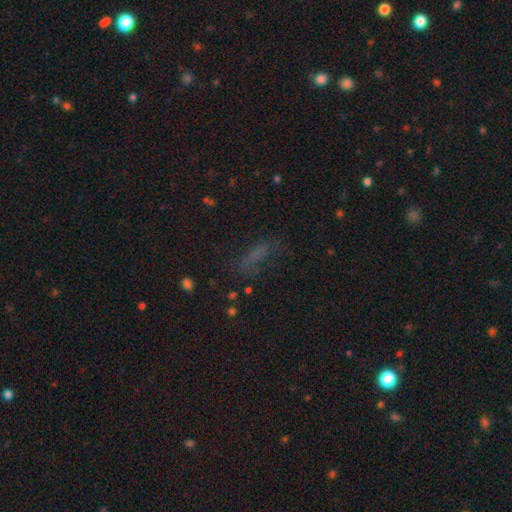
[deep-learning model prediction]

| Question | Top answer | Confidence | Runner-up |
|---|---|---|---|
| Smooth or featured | smooth | 58% | star or artifact (24%) |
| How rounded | cigar-shaped | 55% | in between (40%) |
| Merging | none | 60% | minor disturbance (21%) |